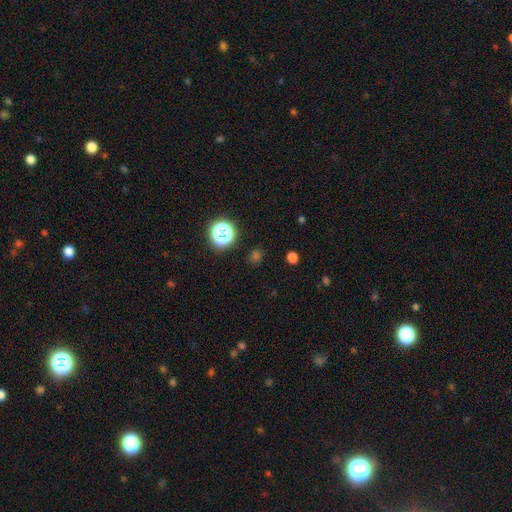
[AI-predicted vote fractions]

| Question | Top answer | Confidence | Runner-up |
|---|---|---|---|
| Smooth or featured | smooth | 47% | star or artifact (46%) |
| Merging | none | 84% | minor disturbance (8%) |